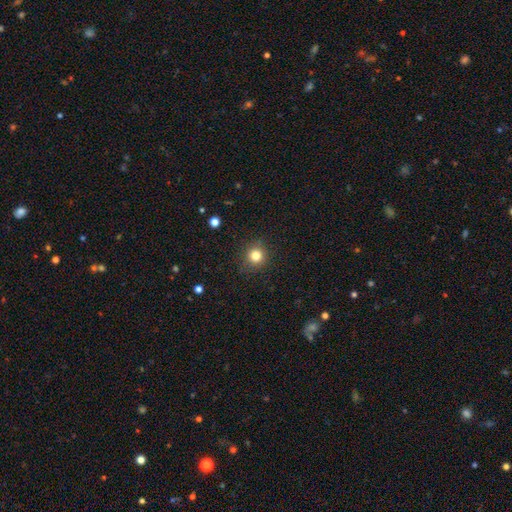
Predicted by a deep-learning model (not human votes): Smooth or featured?
  - smooth: 82% *
  - star or artifact: 12%
  - featured or disk: 6%
How rounded?
  - round: 90% *
  - in between: 9%
  - cigar-shaped: 1%
Merging?
  - none: 88% *
  - minor disturbance: 8%
  - major disturbance: 2%
  - merger: 1%